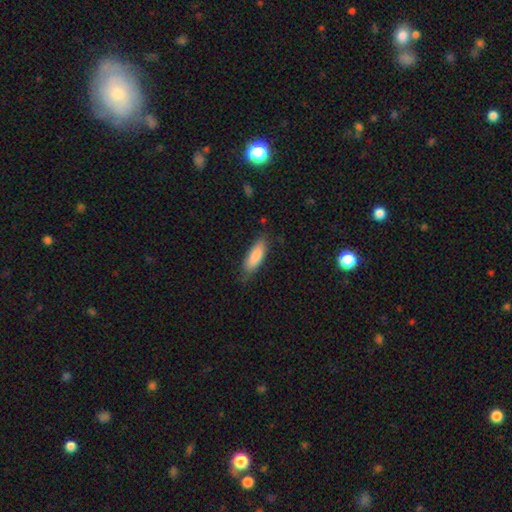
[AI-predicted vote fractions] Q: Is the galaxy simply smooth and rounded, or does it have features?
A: smooth — 83%.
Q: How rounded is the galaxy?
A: in between — 59%.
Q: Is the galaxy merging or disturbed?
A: none — 75%.